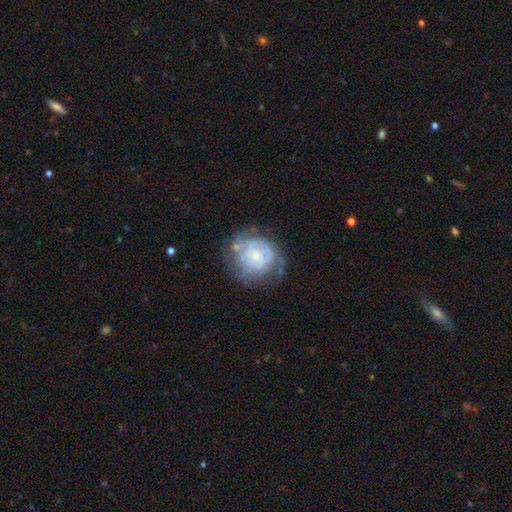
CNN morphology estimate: featured or disk 62%, smooth 30%, star or artifact 8%. Down the decision tree: edge-on disk — no (98%); bar — no (83%); spiral arms — yes (54%); bulge size — small (64%); merging — none (54%).